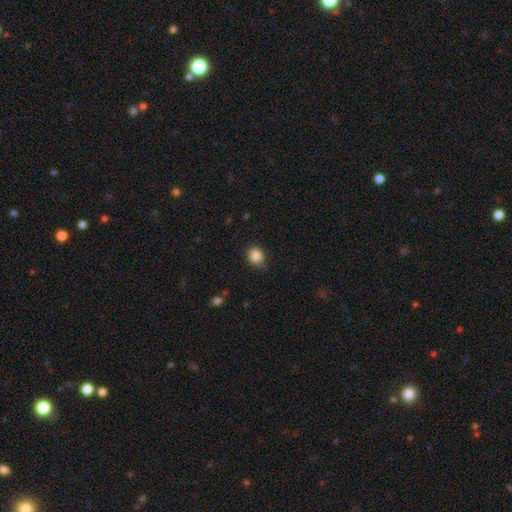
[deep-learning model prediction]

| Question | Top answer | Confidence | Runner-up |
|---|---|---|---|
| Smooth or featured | smooth | 87% | star or artifact (9%) |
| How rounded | round | 52% | in between (47%) |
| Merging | none | 79% | minor disturbance (16%) |